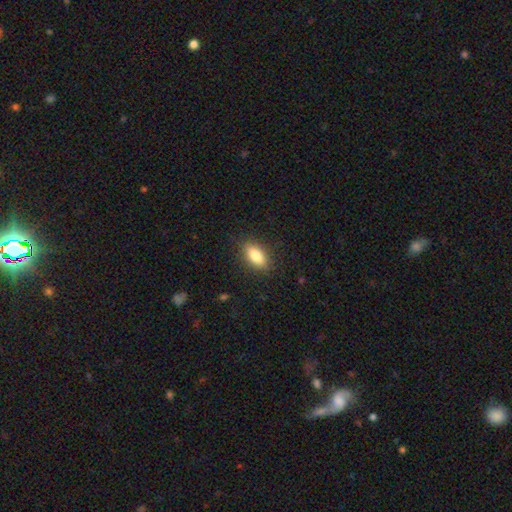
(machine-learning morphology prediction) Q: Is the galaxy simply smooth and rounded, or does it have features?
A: smooth — 84%.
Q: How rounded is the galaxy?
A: in between — 86%.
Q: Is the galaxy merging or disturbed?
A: none — 85%.